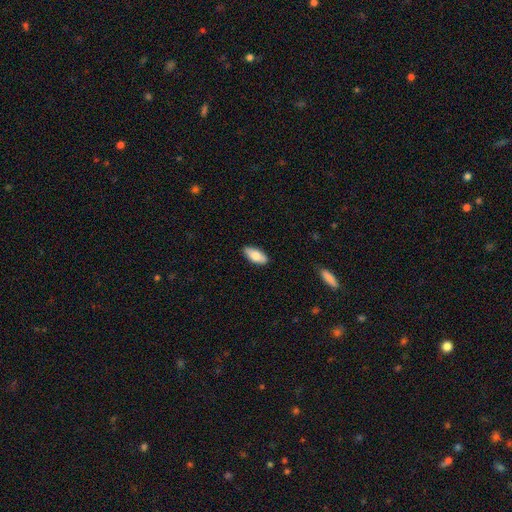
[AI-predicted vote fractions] This appears to be a smooth galaxy with no disk features (77%) that is in between round and cigar-shaped (86%). Merging: none (86%).